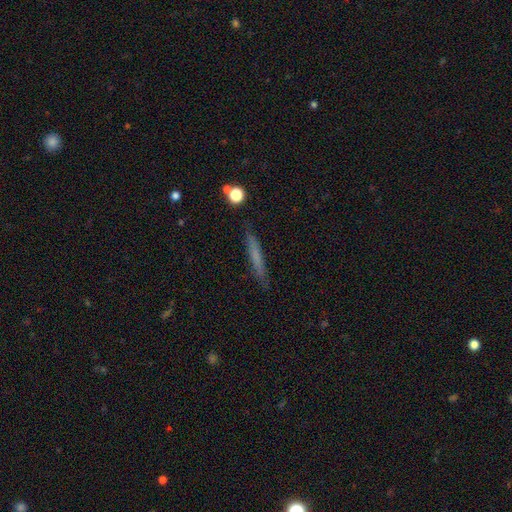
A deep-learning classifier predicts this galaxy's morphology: Smooth or featured: smooth — 61% (featured or disk — 31%)
How rounded: cigar-shaped — 94% (in between — 4%)
Merging: none — 86% (minor disturbance — 10%)